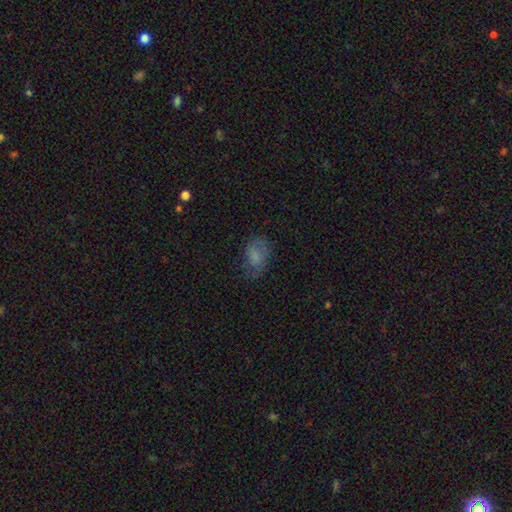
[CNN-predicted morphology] A smooth galaxy with no disk features (66%) that is in between round and cigar-shaped (81%). Merging: none (49%).